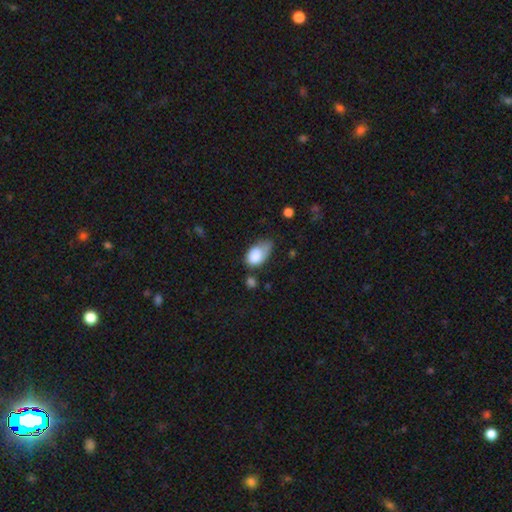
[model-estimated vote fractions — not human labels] Smooth or featured?
  - smooth: 81% *
  - featured or disk: 12%
  - star or artifact: 7%
How rounded?
  - in between: 87% *
  - round: 12%
  - cigar-shaped: 2%
Merging?
  - minor disturbance: 41% *
  - none: 25%
  - major disturbance: 24%
  - merger: 10%